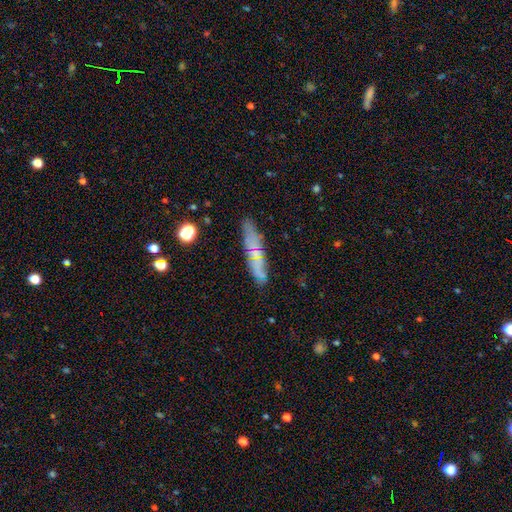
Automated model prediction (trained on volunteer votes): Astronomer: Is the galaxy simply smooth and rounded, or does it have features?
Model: smooth — 50% (runner-up: featured or disk, 38%).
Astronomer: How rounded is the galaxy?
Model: cigar-shaped — 80%.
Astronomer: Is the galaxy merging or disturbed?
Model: none — 79%.